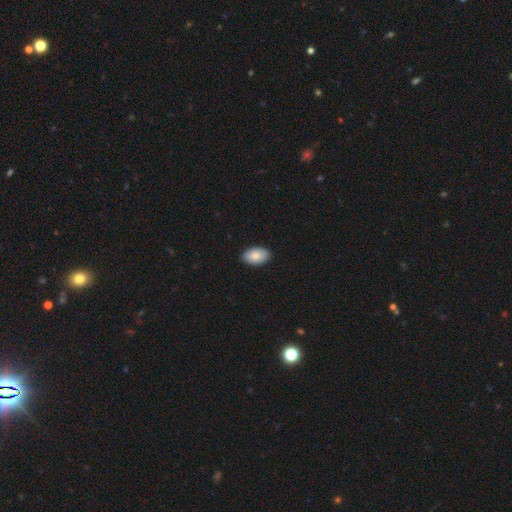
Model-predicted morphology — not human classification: The model was most divided on "smooth or featured": smooth: 86%, featured or disk: 8%, star or artifact: 6%. More confident: how rounded — in between (92%); merging — none (90%).